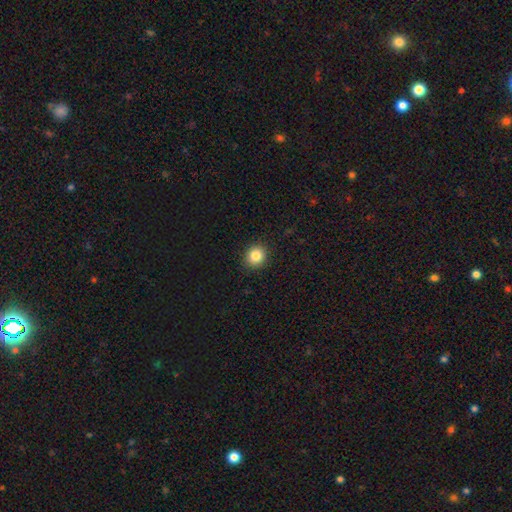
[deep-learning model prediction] This appears to be a smooth galaxy with no disk features (84%) that is round (80%). Merging: none (91%).